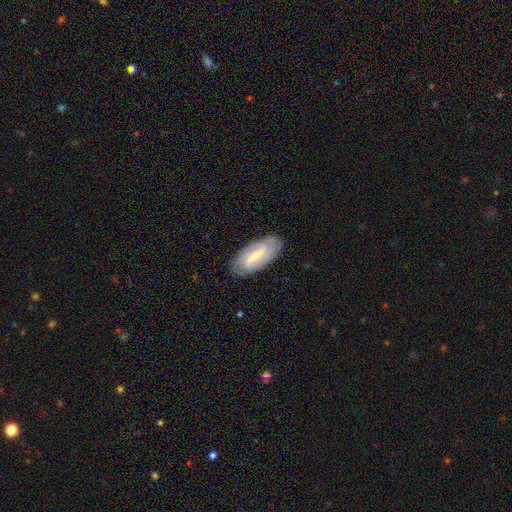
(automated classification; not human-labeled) Smooth or featured: featured or disk — 66% (smooth — 29%)
Edge-on disk: no — 91% (yes — 9%)
Bar: weak — 51% (strong — 30%)
Spiral arms: yes — 85% (no — 15%)
Spiral winding: tight — 41% (medium — 37%)
Spiral arm count: 2 — 53% (can't tell — 30%)
Bulge size: small — 62% (moderate — 32%)
Merging: none — 83% (minor disturbance — 13%)